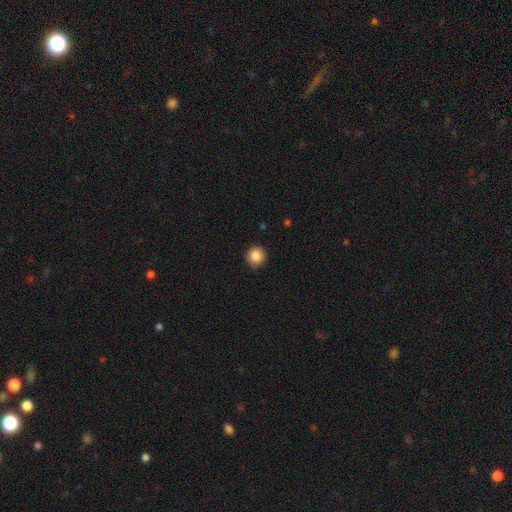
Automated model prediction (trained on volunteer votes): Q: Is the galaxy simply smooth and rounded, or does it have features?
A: smooth — 85%.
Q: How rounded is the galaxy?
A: round — 93%.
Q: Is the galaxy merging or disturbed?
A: none — 85%.